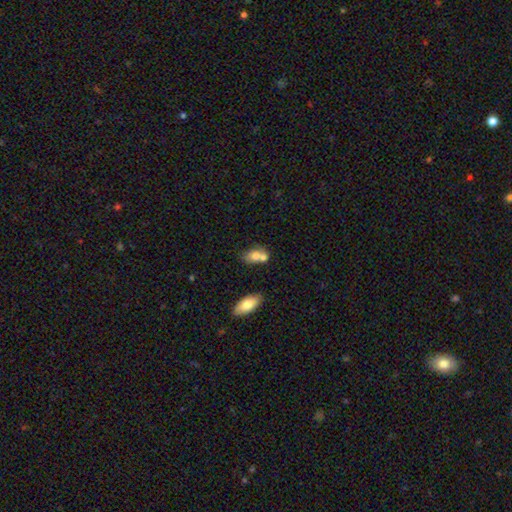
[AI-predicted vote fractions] The model was most divided on "merging": merger: 49%, none: 35%, minor disturbance: 12%, major disturbance: 4%. More confident: how rounded — in between (77%); smooth or featured — smooth (74%).